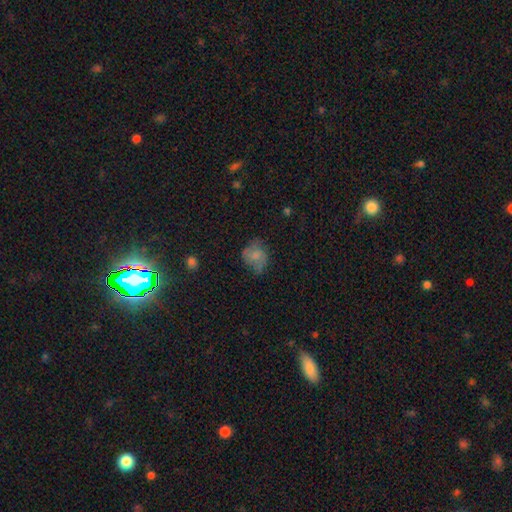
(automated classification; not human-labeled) smooth_or_featured: smooth (p=0.59) [alt: featured or disk p=0.31]
how_rounded: round (p=0.59) [alt: in between p=0.40]
merging: none (p=0.51) [alt: minor disturbance p=0.30]